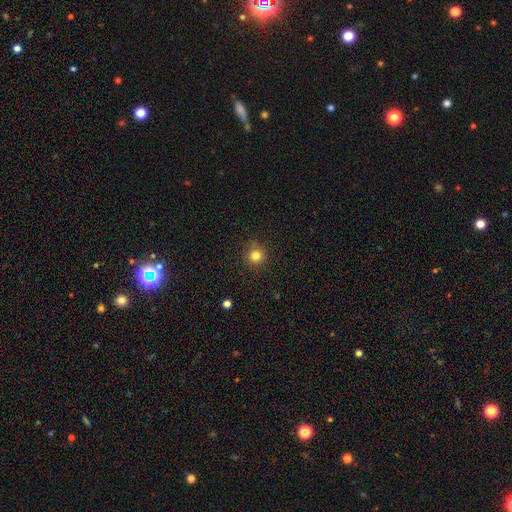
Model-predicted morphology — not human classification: smooth-or-featured: smooth: 81% | star or artifact: 13% | featured or disk: 6%
  how-rounded: round: 94% | in between: 5% | cigar-shaped: 1%
  merging: none: 90% | minor disturbance: 7% | major disturbance: 2% | merger: 1%